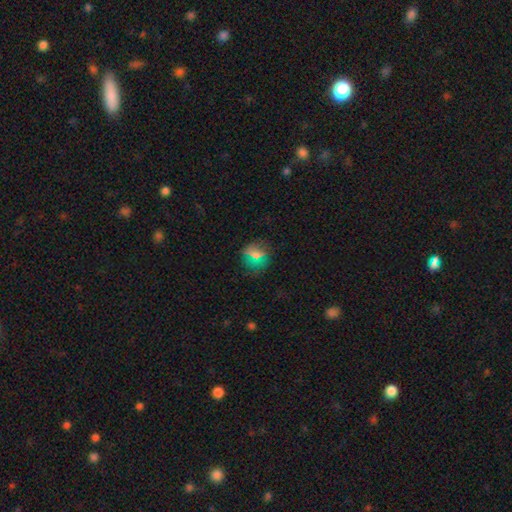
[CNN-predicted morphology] This appears to be a smooth galaxy with no disk features (61%) that is round (80%). Merging: none (79%).